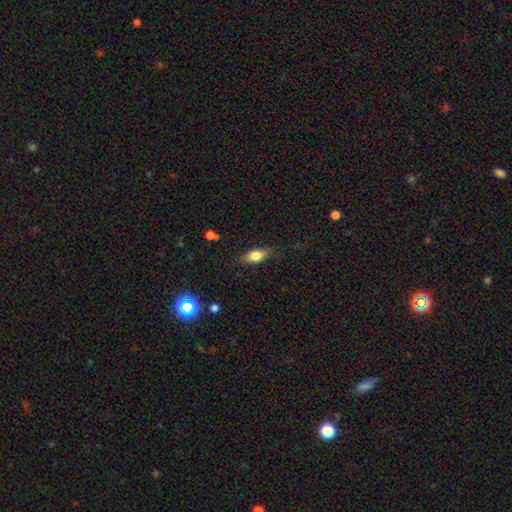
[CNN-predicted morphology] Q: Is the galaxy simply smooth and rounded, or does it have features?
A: smooth — 76%.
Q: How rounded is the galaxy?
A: in between — 82%.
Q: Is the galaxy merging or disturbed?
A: none — 80%.